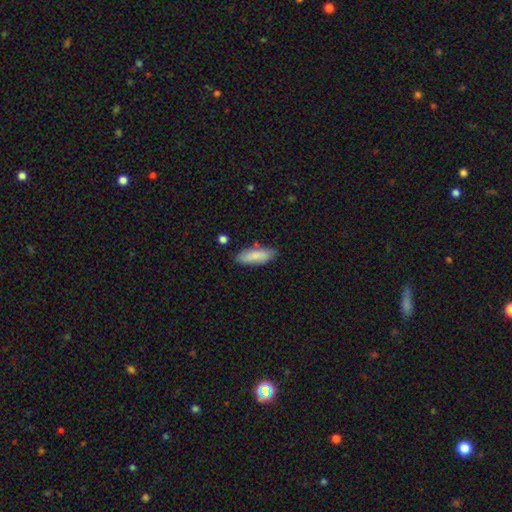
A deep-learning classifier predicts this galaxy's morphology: Q: Smooth or featured?
A: smooth (85%); runner-up: featured or disk (10%)
Q: How rounded?
A: in between (68%); runner-up: cigar-shaped (31%)
Q: Merging?
A: none (78%); runner-up: minor disturbance (16%)